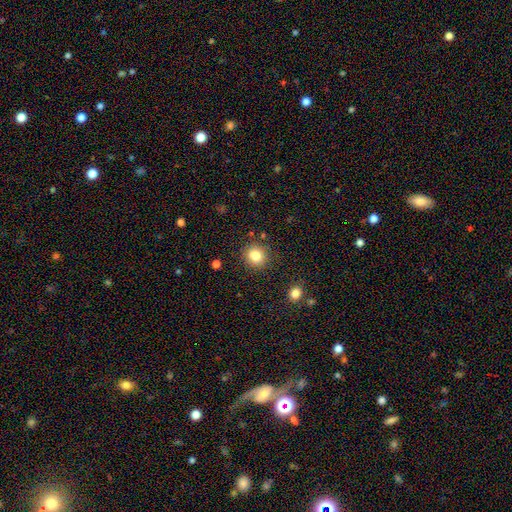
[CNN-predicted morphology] Smooth or featured?
  - smooth: 82% *
  - star or artifact: 11%
  - featured or disk: 7%
How rounded?
  - round: 83% *
  - in between: 16%
  - cigar-shaped: 1%
Merging?
  - none: 87% *
  - minor disturbance: 9%
  - major disturbance: 3%
  - merger: 2%